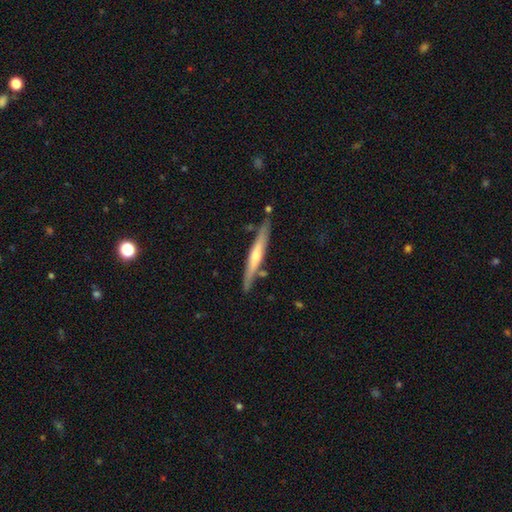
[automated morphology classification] Smooth or featured?
  - featured or disk: 67% *
  - smooth: 27%
  - star or artifact: 6%
Edge-on disk?
  - yes: 95% *
  - no: 5%
Edge-on bulge?
  - rounded: 71% *
  - none: 22%
  - boxy: 7%
Merging?
  - none: 83% *
  - minor disturbance: 12%
  - merger: 3%
  - major disturbance: 2%